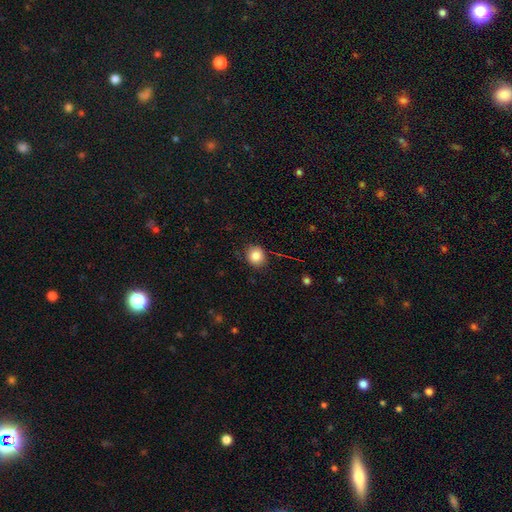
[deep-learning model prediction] smooth-or-featured: smooth: 85% | star or artifact: 10% | featured or disk: 5%
  how-rounded: round: 81% | in between: 19% | cigar-shaped: 1%
  merging: none: 86% | minor disturbance: 10% | major disturbance: 3% | merger: 1%